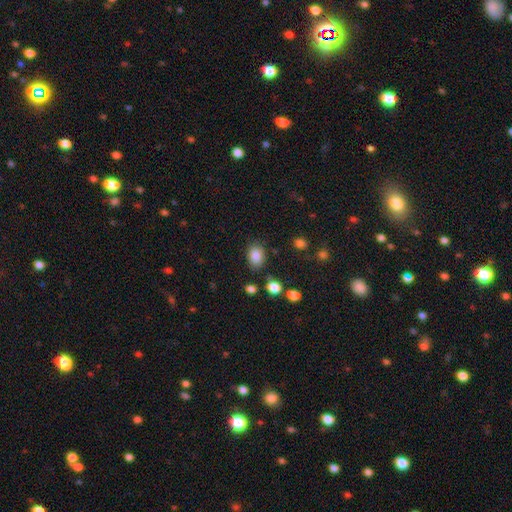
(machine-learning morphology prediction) Smooth or featured? Predicted: smooth (p=0.85). How rounded? Predicted: in between (p=0.71). Merging? Predicted: none (p=0.79).